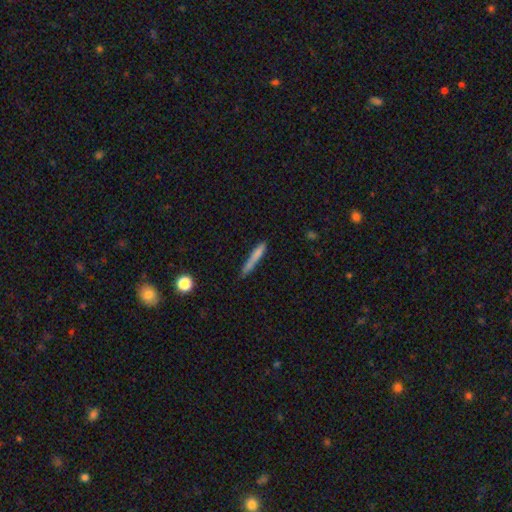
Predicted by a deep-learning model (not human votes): smooth_or_featured: smooth (p=0.74) [alt: featured or disk p=0.18]
how_rounded: cigar-shaped (p=0.93) [alt: in between p=0.05]
merging: none (p=0.70) [alt: minor disturbance p=0.20]